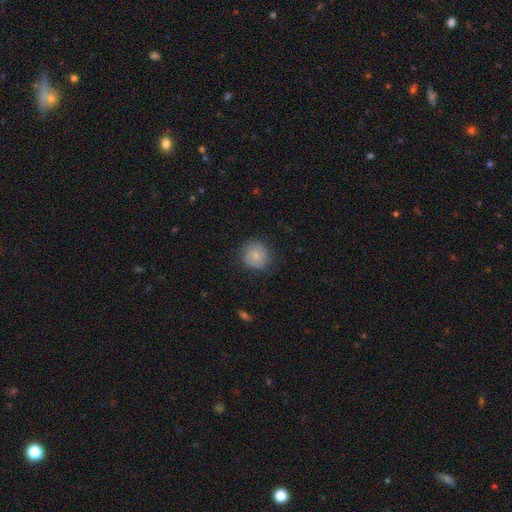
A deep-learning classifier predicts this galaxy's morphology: A smooth galaxy with no disk features (74%) that is round (88%). Merging: none (81%).